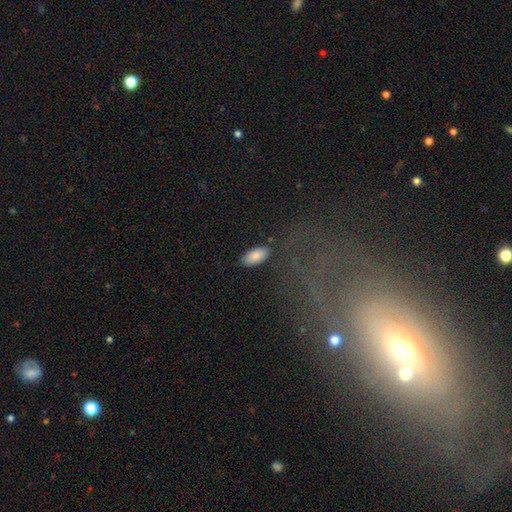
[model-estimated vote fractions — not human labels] smooth-or-featured: smooth: 87% | star or artifact: 7% | featured or disk: 6%
  how-rounded: in between: 92% | cigar-shaped: 6% | round: 2%
  merging: none: 82% | minor disturbance: 12% | major disturbance: 3% | merger: 2%